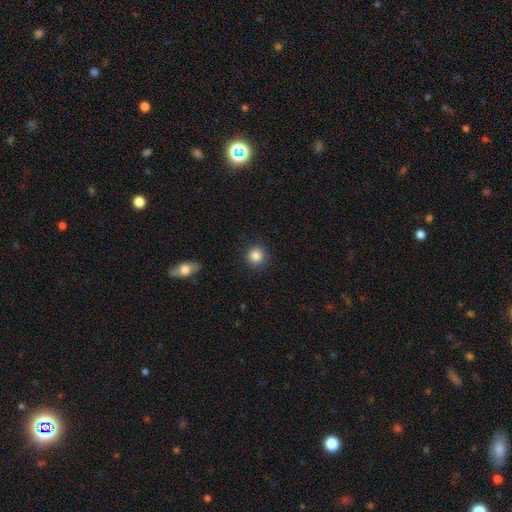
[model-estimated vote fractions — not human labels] Morphology: type=smooth (85%); roundness=round (93%); merging=none (90%).